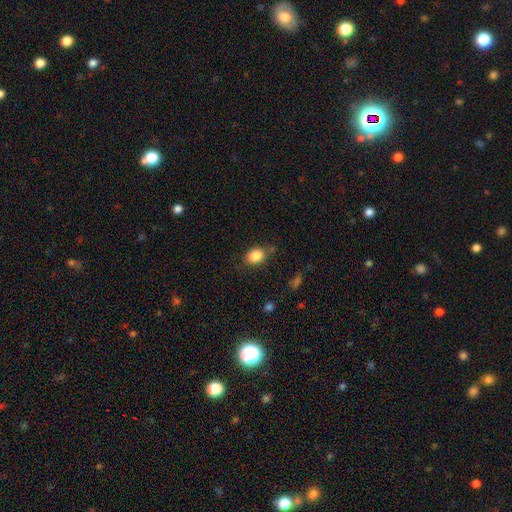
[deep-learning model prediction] Morphology: type=smooth (85%); roundness=in between (59%); merging=none (75%).